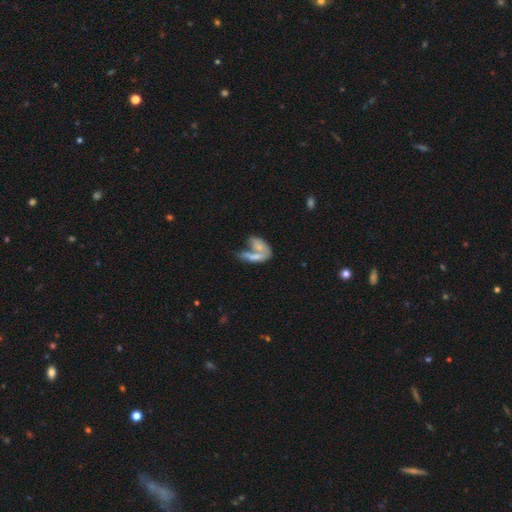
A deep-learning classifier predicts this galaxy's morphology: Smooth or featured? smooth (56%)
How rounded? in between (77%)
Merging? merger (63%)